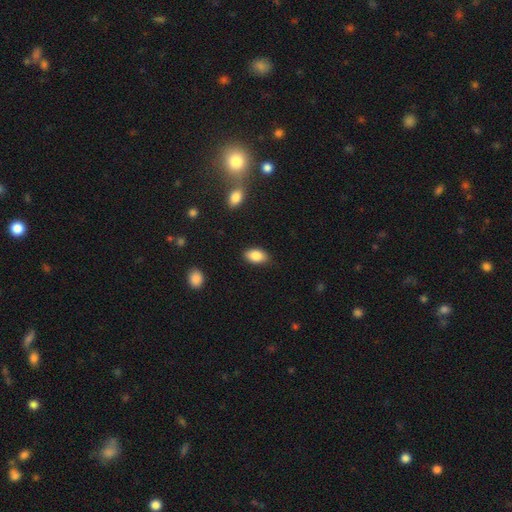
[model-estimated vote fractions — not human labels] Smooth or featured?
  - smooth: 87% *
  - star or artifact: 7%
  - featured or disk: 6%
How rounded?
  - in between: 91% *
  - round: 7%
  - cigar-shaped: 2%
Merging?
  - none: 84% *
  - minor disturbance: 12%
  - major disturbance: 2%
  - merger: 1%